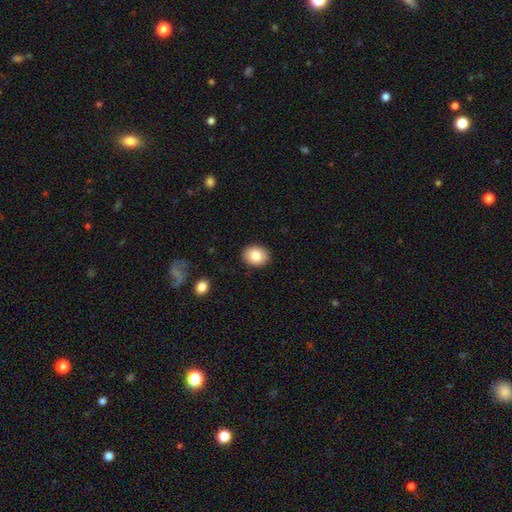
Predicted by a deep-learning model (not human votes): Smooth or featured: smooth — 84% (star or artifact — 8%)
How rounded: in between — 56% (round — 43%)
Merging: none — 90% (minor disturbance — 7%)